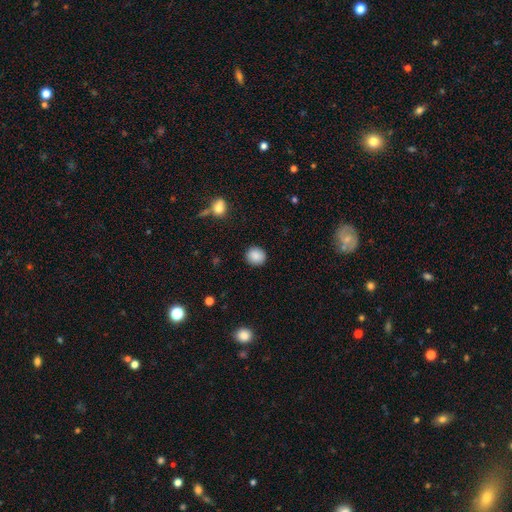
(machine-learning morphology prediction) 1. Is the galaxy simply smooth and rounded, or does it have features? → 88% smooth, 8% star or artifact, 3% featured or disk.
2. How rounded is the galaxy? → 87% round, 12% in between, 1% cigar-shaped.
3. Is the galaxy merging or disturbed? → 91% none, 6% minor disturbance, 2% major disturbance, 1% merger.